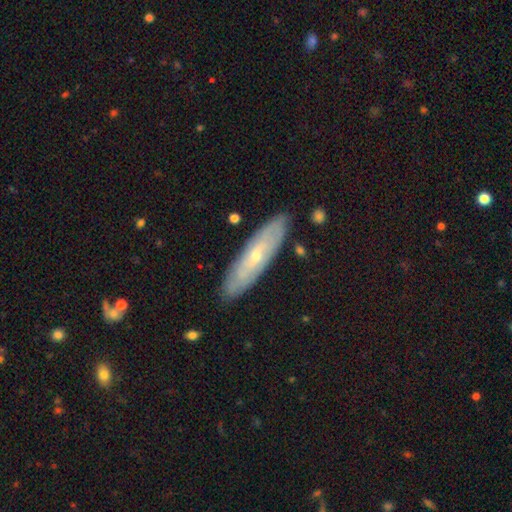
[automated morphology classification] Overall: featured or disk (59%; smooth 35%). Edge-on disk: no (63%; yes 37%). Merging: none (86%).